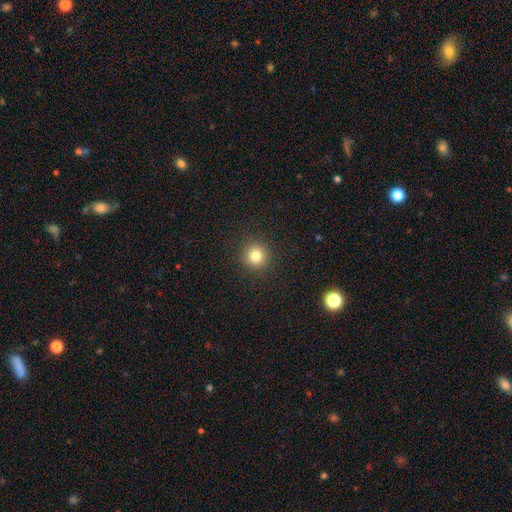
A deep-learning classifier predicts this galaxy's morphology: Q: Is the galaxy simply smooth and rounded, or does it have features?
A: smooth — 81%.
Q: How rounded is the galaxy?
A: round — 94%.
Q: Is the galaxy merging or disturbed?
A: none — 92%.